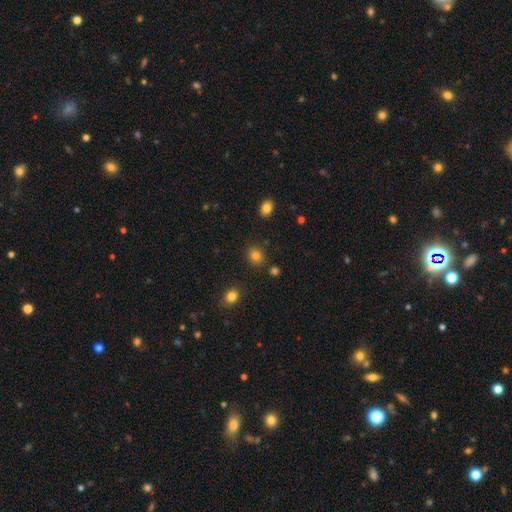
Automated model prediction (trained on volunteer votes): This appears to be a smooth galaxy with no disk features (83%) that is round (71%). Merging: none (85%).